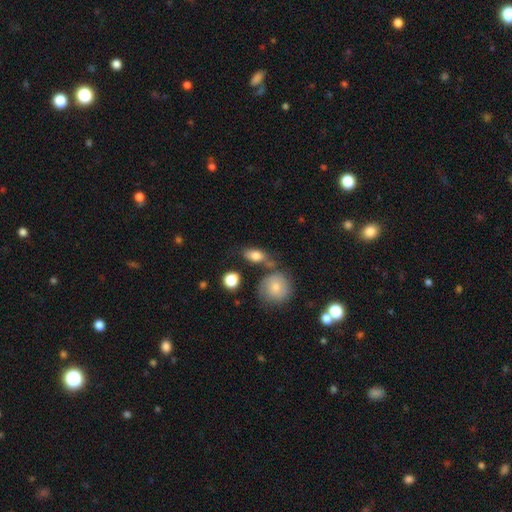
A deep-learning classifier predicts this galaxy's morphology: A smooth galaxy with no disk features (77%) that is in between round and cigar-shaped (79%).

Vote fractions:
- Smooth or featured? smooth: 77% / featured or disk: 14% / star or artifact: 8%
- How rounded? in between: 79% / round: 15% / cigar-shaped: 6%
- Merging? none: 60% / minor disturbance: 17% / merger: 17% / major disturbance: 6%